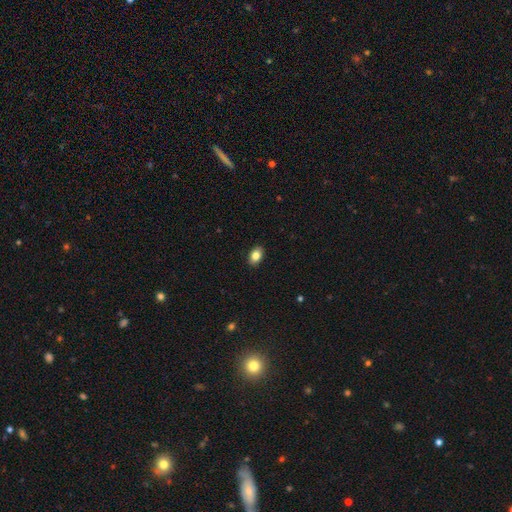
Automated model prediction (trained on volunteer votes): Overall: smooth (84%). How rounded: in between (87%). Merging: none (90%).